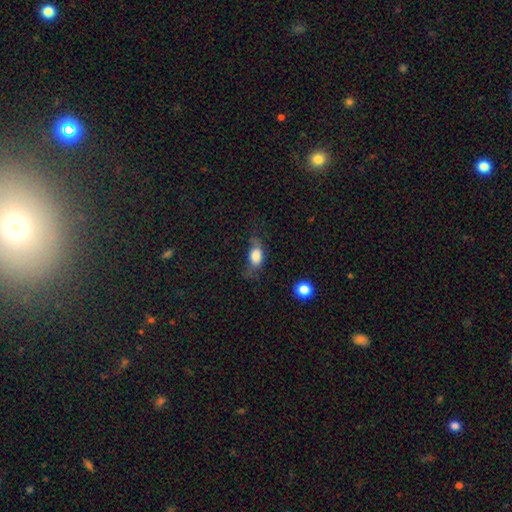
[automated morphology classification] Smooth or featured? smooth (78%)
How rounded? in between (80%)
Merging? none (41%)